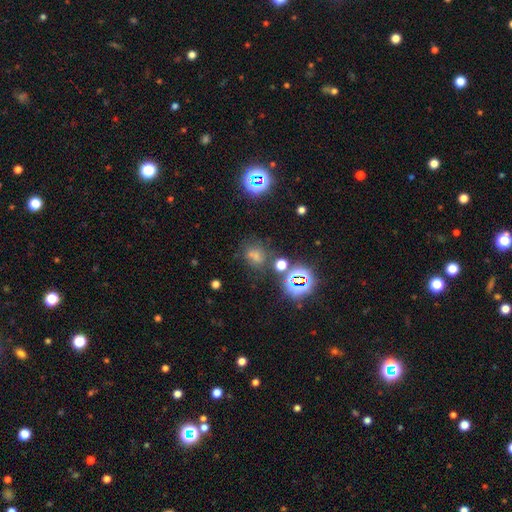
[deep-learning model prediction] This is possibly a smooth galaxy (53%). How rounded: likely round (65%). Merging: possibly none (56%).